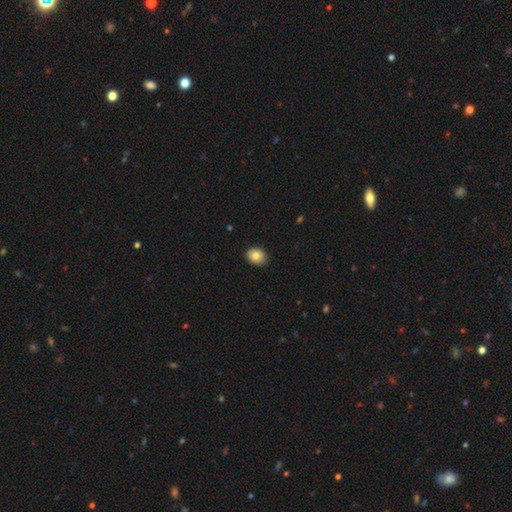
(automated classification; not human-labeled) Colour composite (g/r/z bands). It shows a smooth galaxy with no disk features (82%) that is in between round and cigar-shaped (56%). Merging: none (88%).